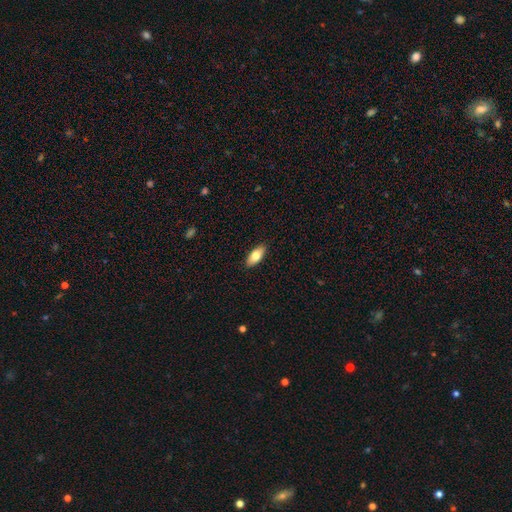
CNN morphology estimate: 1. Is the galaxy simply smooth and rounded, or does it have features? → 77% smooth, 16% featured or disk, 6% star or artifact.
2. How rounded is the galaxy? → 86% in between, 12% cigar-shaped, 2% round.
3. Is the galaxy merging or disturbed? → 90% none, 8% minor disturbance, 2% major disturbance, 1% merger.